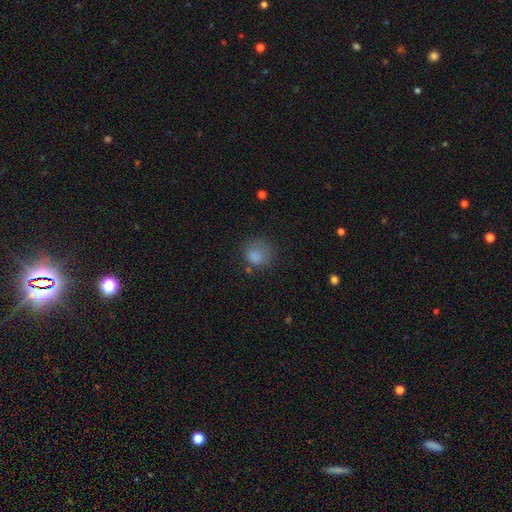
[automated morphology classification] A smooth galaxy with no disk features (81%) that is round (77%). Merging: none (57%).